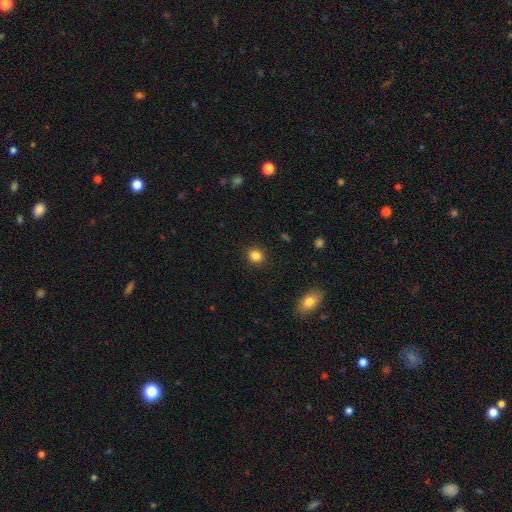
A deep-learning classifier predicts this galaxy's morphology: type=smooth (84%); roundness=round (82%); merging=none (91%).